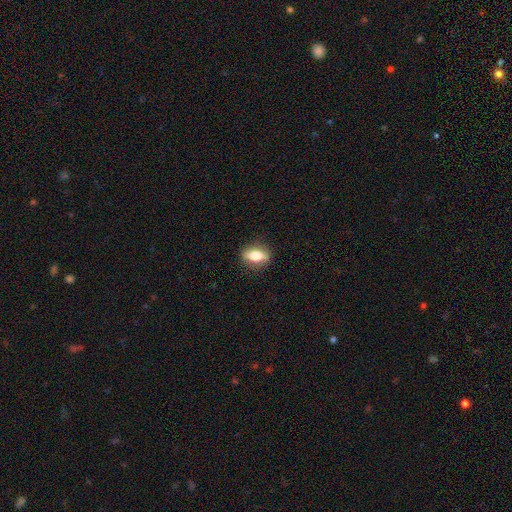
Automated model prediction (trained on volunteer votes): Smooth or featured: smooth — 67% (featured or disk — 26%)
How rounded: in between — 71% (cigar-shaped — 15%)
Merging: none — 86% (minor disturbance — 11%)